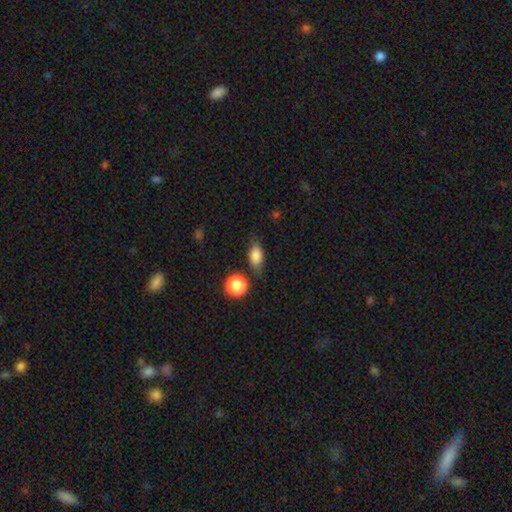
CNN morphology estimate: Smooth or featured?
  - smooth: 83% *
  - star or artifact: 9%
  - featured or disk: 8%
How rounded?
  - in between: 80% *
  - round: 13%
  - cigar-shaped: 7%
Merging?
  - none: 71% *
  - minor disturbance: 18%
  - merger: 5%
  - major disturbance: 5%